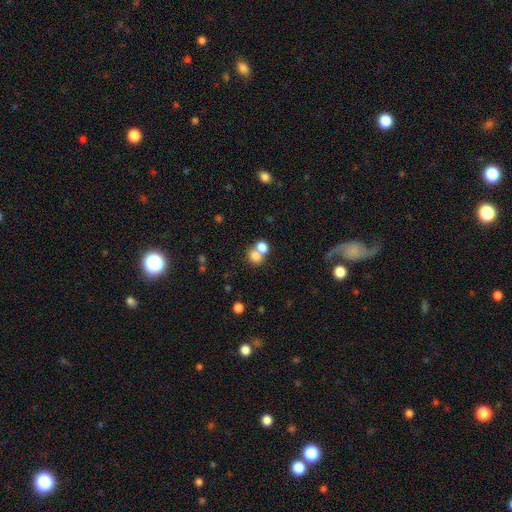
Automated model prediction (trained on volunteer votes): Morphology: type=smooth (76%); roundness=round (61%); merging=merger (55%).